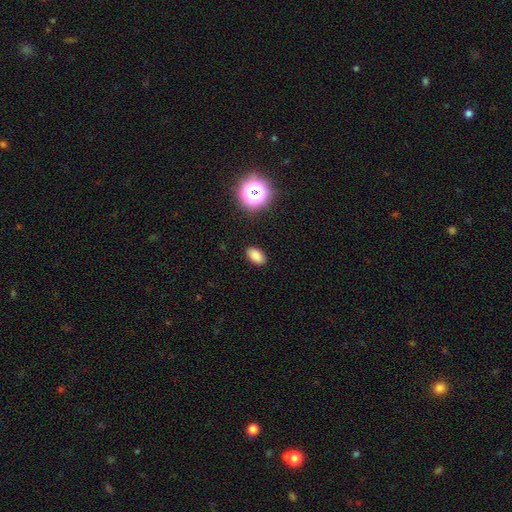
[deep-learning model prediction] Smooth or featured? Predicted: smooth (p=0.81). How rounded? Predicted: in between (p=0.88). Merging? Predicted: none (p=0.89).